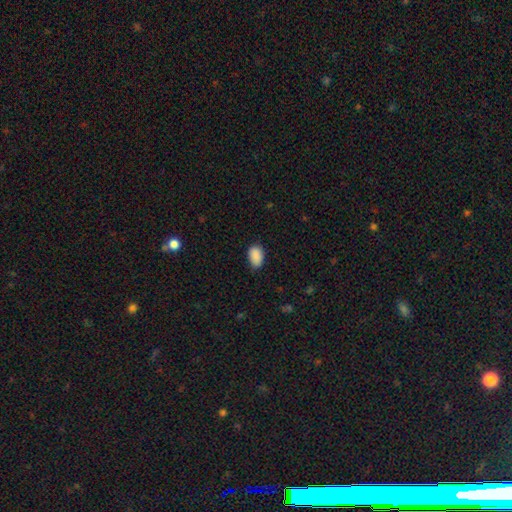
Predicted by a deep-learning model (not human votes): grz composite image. It shows a smooth galaxy with no disk features (90%) that is in between round and cigar-shaped (90%). Merging: none (77%).